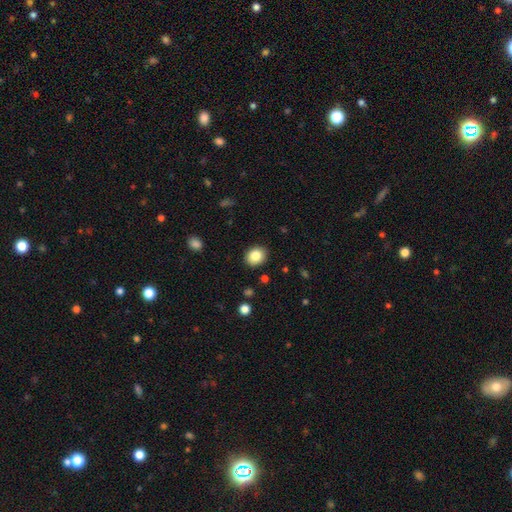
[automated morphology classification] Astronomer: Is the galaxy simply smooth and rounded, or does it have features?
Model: smooth — 85%.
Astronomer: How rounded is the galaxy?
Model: round — 60% (runner-up: in between, 39%).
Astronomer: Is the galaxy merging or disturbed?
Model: none — 90%.